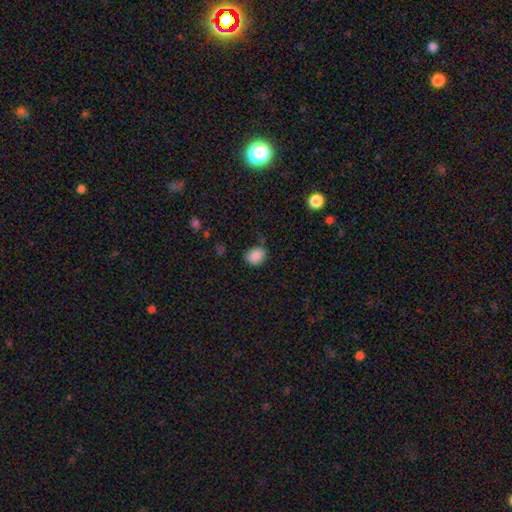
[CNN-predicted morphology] Smooth or featured? Predicted: smooth (p=0.87). How rounded? Predicted: in between (p=0.53). Merging? Predicted: none (p=0.76).